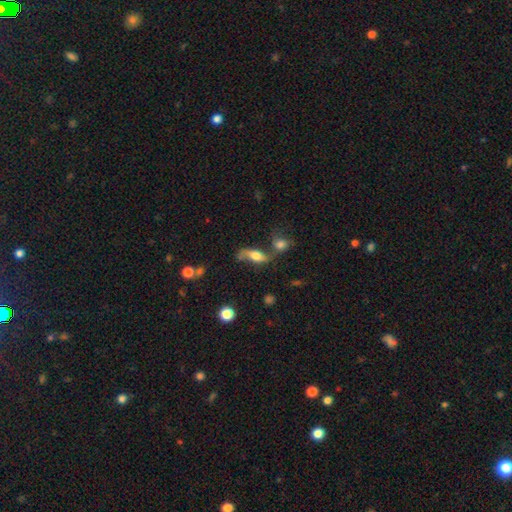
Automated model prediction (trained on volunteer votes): Smooth or featured: featured or disk — 49% (smooth — 41%)
Merging: none — 44% (merger — 26%)